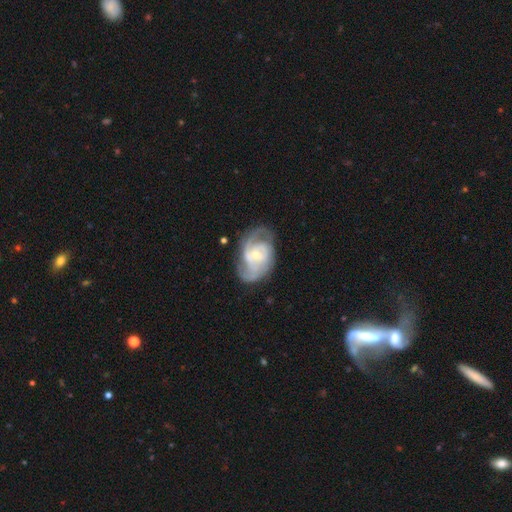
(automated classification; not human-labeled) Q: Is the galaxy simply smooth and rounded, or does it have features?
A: featured or disk — 84%.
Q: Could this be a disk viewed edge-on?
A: no — 97%.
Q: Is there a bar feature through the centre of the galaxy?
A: no — 49%.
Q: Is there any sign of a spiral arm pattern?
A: yes — 94%.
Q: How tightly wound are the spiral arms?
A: medium — 45%.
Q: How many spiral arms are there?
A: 2 — 49%.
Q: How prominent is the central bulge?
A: small — 55%.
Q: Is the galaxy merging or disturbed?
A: none — 62%.